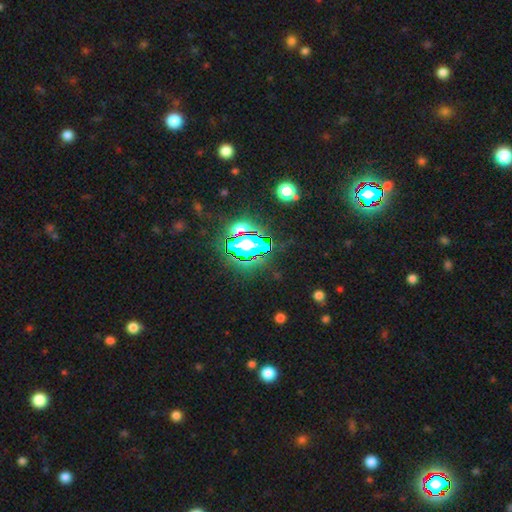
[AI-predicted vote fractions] Q: Smooth or featured?
A: star or artifact (79%); runner-up: smooth (13%)